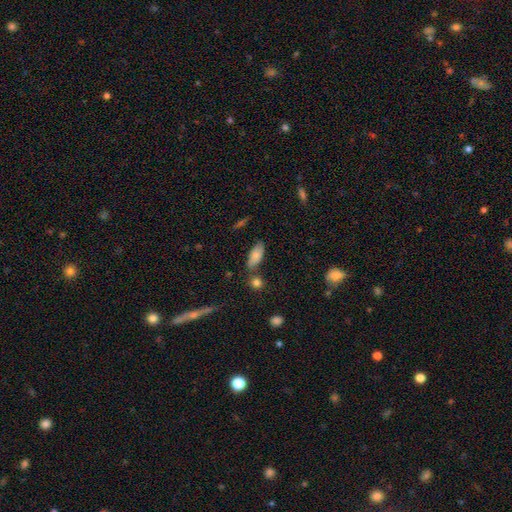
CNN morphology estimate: smooth_or_featured: smooth (p=0.78) [alt: featured or disk p=0.15]
how_rounded: in between (p=0.83) [alt: cigar-shaped p=0.14]
merging: none (p=0.69) [alt: minor disturbance p=0.18]